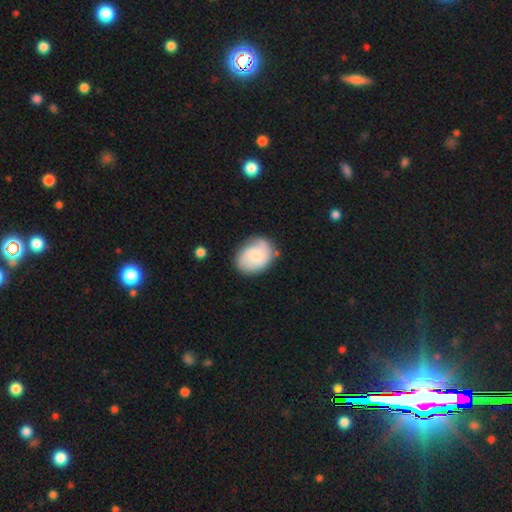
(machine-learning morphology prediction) The model was most divided on "smooth or featured": smooth: 49%, featured or disk: 45%, star or artifact: 7%. More confident: merging — none (66%).